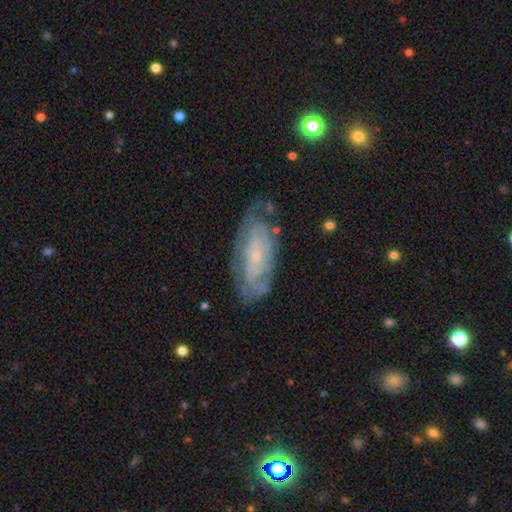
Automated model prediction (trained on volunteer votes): Overall: featured or disk (72%). Edge-on disk: no (89%). Bar: no (72%). Spiral arms: yes (81%). Spiral arm count: can't tell (58%; 2 22%). Spiral winding: tight (67%). Bulge size: small (82%). Merging: none (68%).